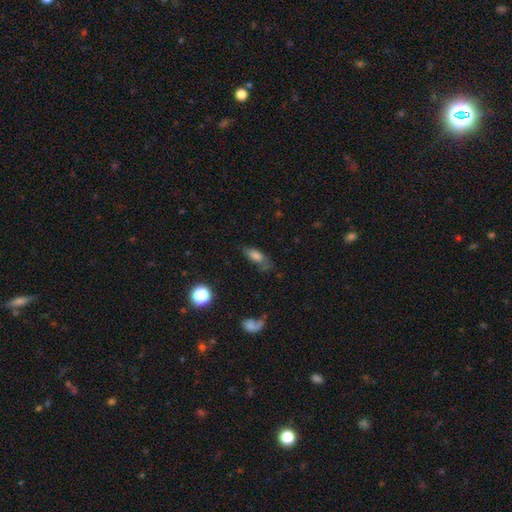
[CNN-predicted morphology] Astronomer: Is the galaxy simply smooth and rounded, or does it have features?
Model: smooth — 71%.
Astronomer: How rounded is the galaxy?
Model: in between — 76%.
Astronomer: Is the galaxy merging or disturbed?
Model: none — 54%.